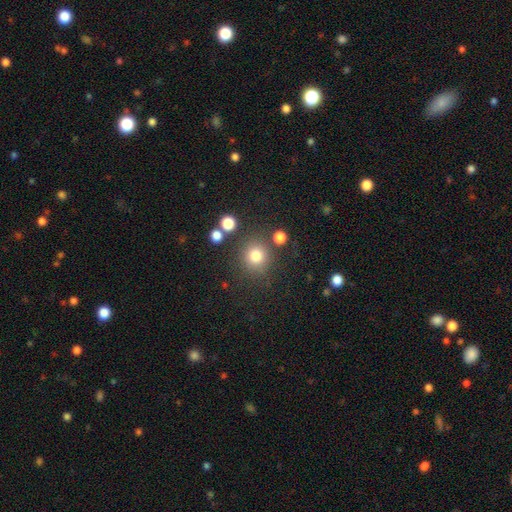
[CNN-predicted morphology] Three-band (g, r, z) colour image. It shows a smooth galaxy with no disk features (80%) that is round (89%). Merging: none (80%).